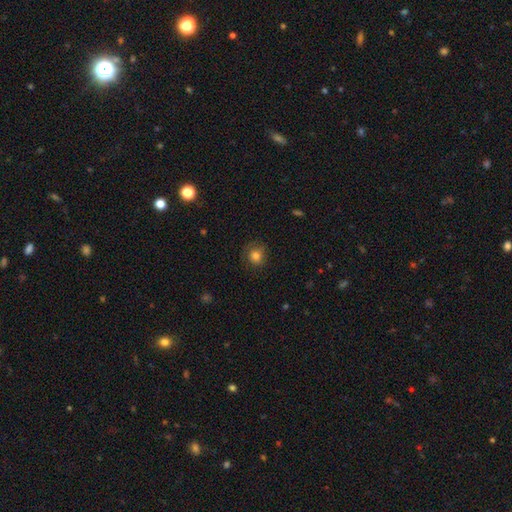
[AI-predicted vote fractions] Smooth or featured?
  - smooth: 79% *
  - star or artifact: 11%
  - featured or disk: 10%
How rounded?
  - round: 82% *
  - in between: 17%
  - cigar-shaped: 1%
Merging?
  - none: 74% *
  - minor disturbance: 17%
  - major disturbance: 7%
  - merger: 1%